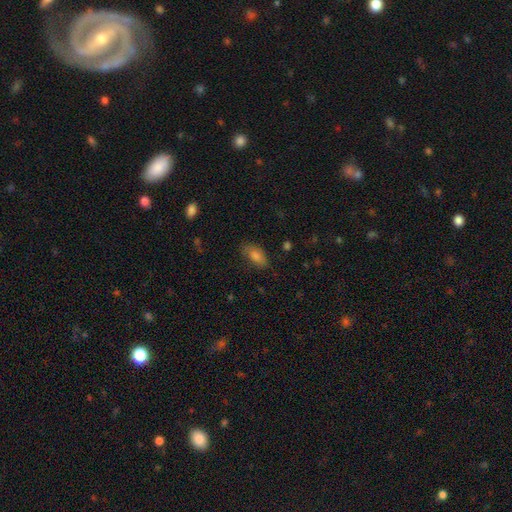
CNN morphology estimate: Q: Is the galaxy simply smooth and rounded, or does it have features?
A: smooth — 78%.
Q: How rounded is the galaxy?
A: in between — 86%.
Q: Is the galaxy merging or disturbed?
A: none — 78%.